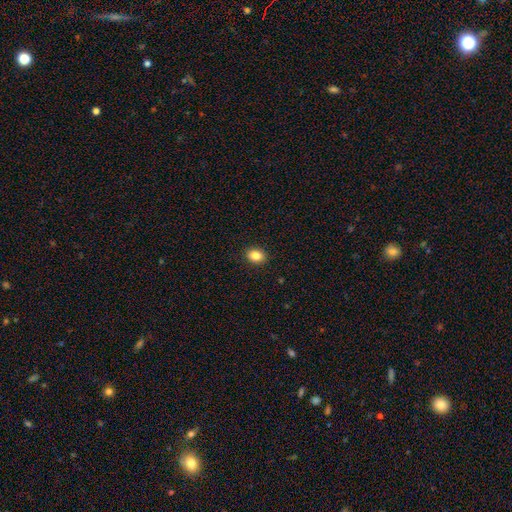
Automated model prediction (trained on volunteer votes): This appears to be a smooth galaxy with no disk features (85%) that is in between round and cigar-shaped (62%). Merging: none (91%).